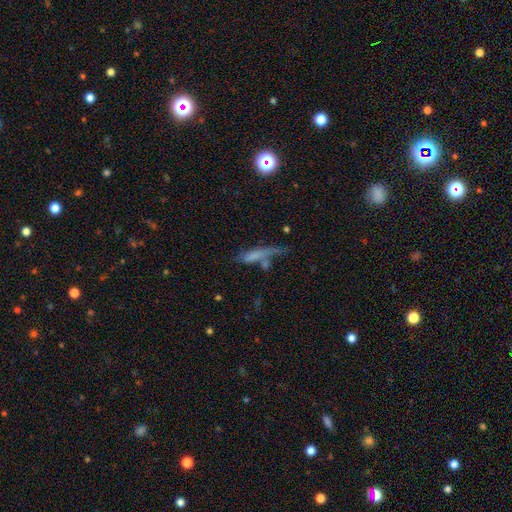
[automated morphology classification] Overall: smooth (60%; featured or disk 28%). How rounded: cigar-shaped (78%). Merging: none (39%; minor disturbance 23%).